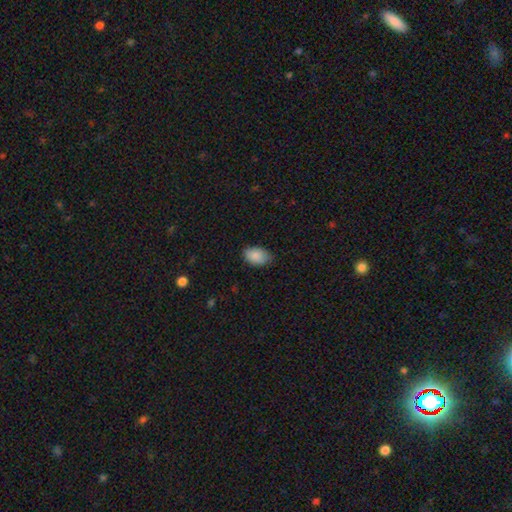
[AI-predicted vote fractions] This appears to be a smooth galaxy with no disk features (88%) that is in between round and cigar-shaped (89%). Merging: none (75%).